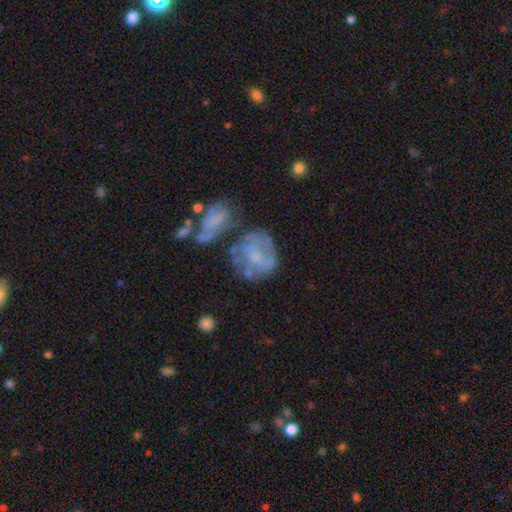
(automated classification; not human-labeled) This is possibly a featured or disk galaxy (58%). It is clearly not viewed edge-on (97%). Bar: likely no (67%). Spiral arm pattern: possibly no (54%). Central bulge: marginally small (39%). Merging: marginally none (40%).